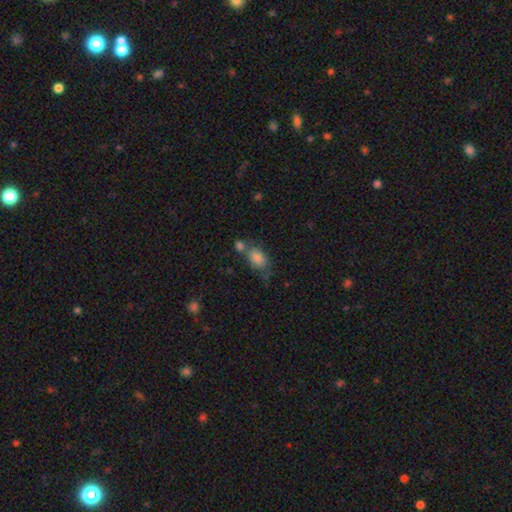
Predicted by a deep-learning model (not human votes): Smooth or featured?
  - smooth: 76% *
  - star or artifact: 13%
  - featured or disk: 12%
How rounded?
  - in between: 78% *
  - round: 19%
  - cigar-shaped: 3%
Merging?
  - none: 46% *
  - merger: 27%
  - minor disturbance: 18%
  - major disturbance: 9%